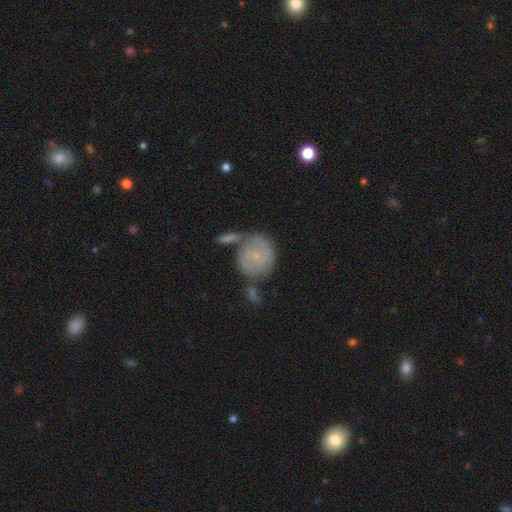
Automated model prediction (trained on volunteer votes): Overall: featured or disk (53%; smooth 39%). Edge-on disk: no (97%). Bar: no (70%). Spiral arms: yes (76%). Bulge size: small (79%). Merging: none (46%; merger 27%).